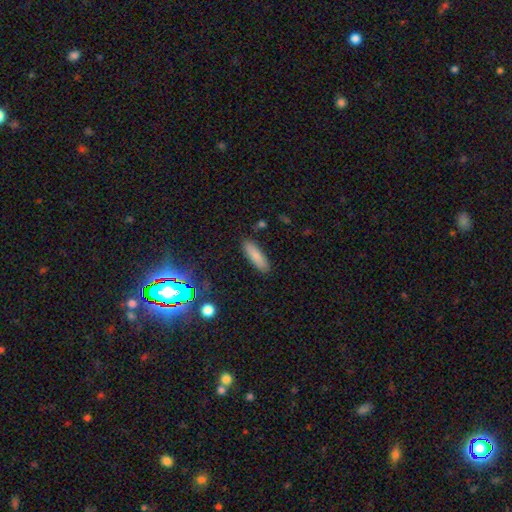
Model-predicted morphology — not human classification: Smooth or featured? smooth (84%)
How rounded? cigar-shaped (55%)
Merging? none (88%)